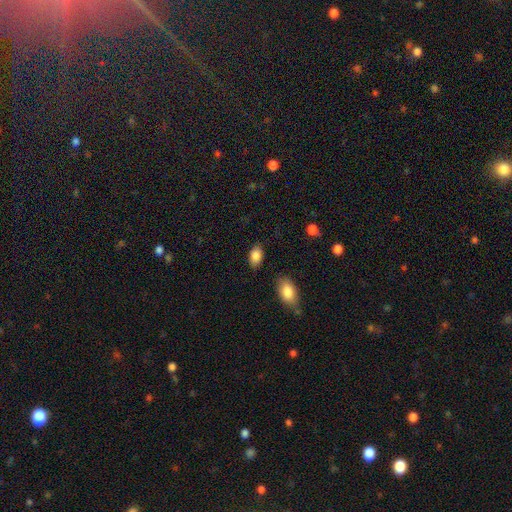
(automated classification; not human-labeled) A smooth galaxy with no disk features (87%) that is in between round and cigar-shaped (91%).

Vote fractions:
- Smooth or featured? smooth: 87% / star or artifact: 7% / featured or disk: 6%
- How rounded? in between: 91% / round: 8% / cigar-shaped: 2%
- Merging? none: 83% / minor disturbance: 12% / major disturbance: 3% / merger: 2%